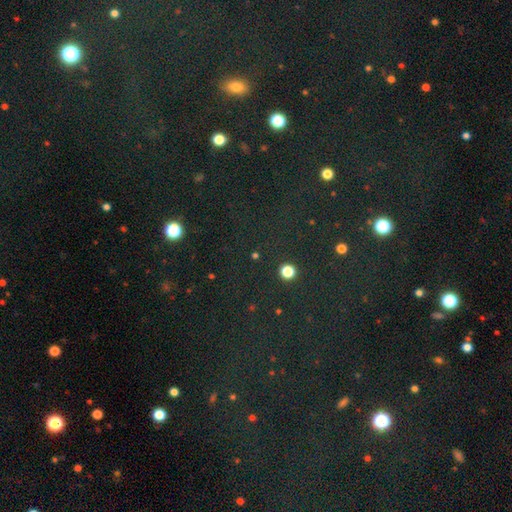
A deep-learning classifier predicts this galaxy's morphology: Smooth or featured: star or artifact — 71% (smooth — 21%)